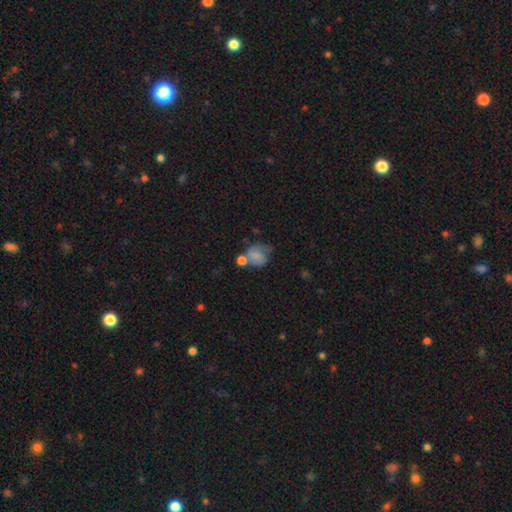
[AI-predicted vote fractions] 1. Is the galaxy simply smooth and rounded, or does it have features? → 71% smooth, 18% featured or disk, 11% star or artifact.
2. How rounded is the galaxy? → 57% round, 41% in between, 1% cigar-shaped.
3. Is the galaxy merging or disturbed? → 30% none, 25% merger, 24% minor disturbance, 20% major disturbance.